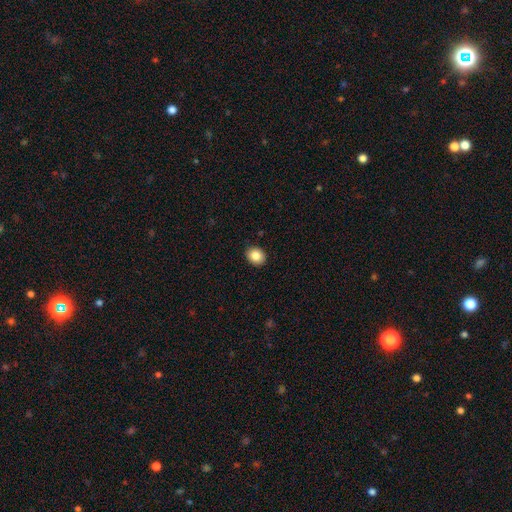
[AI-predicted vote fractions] smooth 85%, star or artifact 9%, featured or disk 6%. Down the decision tree: how rounded — round (63%); merging — none (91%).